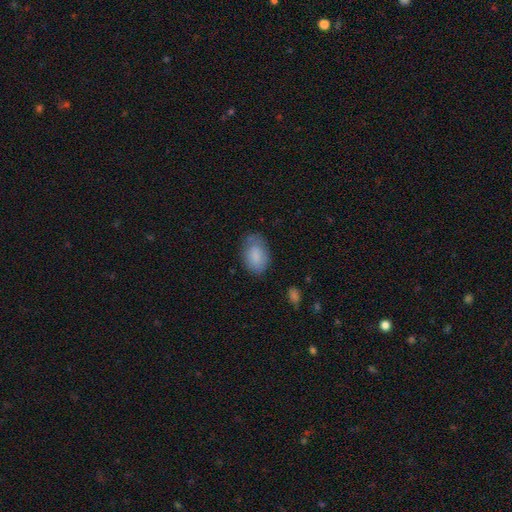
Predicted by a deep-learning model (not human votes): A smooth galaxy with no disk features (84%) that is in between round and cigar-shaped (87%).

Vote fractions:
- Smooth or featured? smooth: 84% / featured or disk: 9% / star or artifact: 7%
- How rounded? in between: 87% / round: 12% / cigar-shaped: 1%
- Merging? none: 69% / minor disturbance: 23% / major disturbance: 6% / merger: 2%